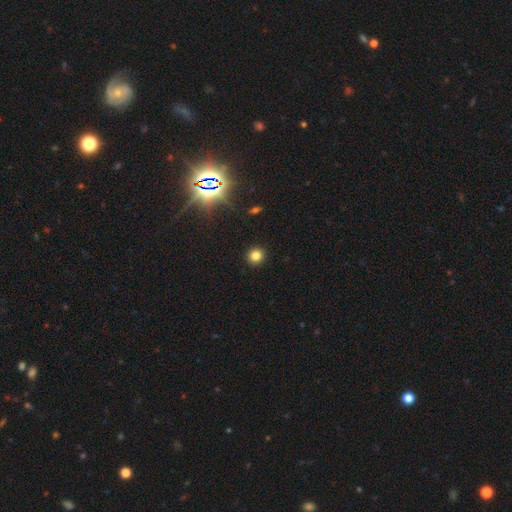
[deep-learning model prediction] smooth_or_featured: smooth (p=0.79) [alt: star or artifact p=0.15]
how_rounded: round (p=0.92) [alt: in between p=0.07]
merging: none (p=0.93) [alt: minor disturbance p=0.05]